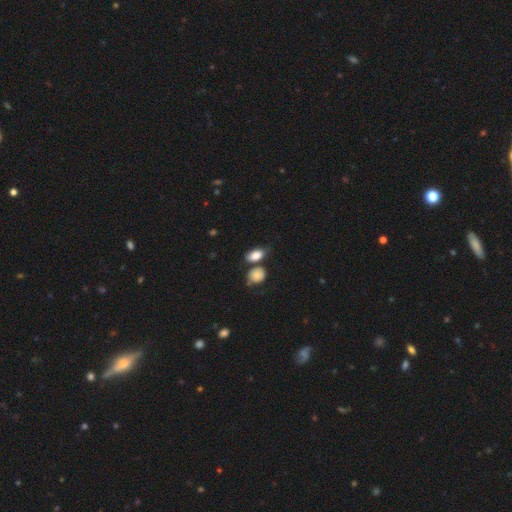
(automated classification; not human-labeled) A smooth galaxy with no disk features (84%) that is in between round and cigar-shaped (81%).

Vote fractions:
- Smooth or featured? smooth: 84% / featured or disk: 8% / star or artifact: 8%
- How rounded? in between: 81% / round: 16% / cigar-shaped: 3%
- Merging? none: 49% / merger: 25% / minor disturbance: 19% / major disturbance: 7%